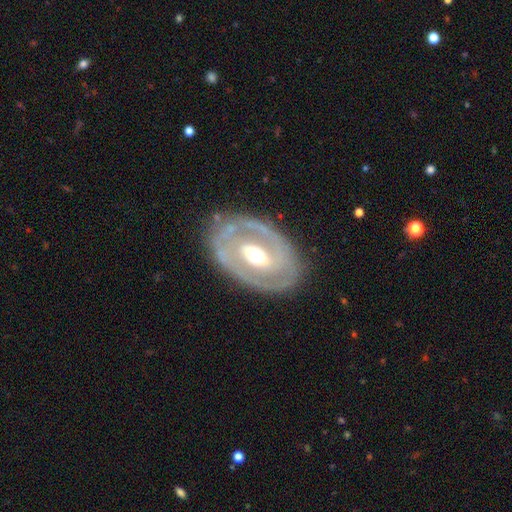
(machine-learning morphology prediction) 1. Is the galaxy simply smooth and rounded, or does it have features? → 80% featured or disk, 15% smooth, 5% star or artifact.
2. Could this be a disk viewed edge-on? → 94% no, 6% yes.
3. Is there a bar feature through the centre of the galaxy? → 42% weak, 32% strong, 26% no.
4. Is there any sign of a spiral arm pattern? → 69% yes, 31% no.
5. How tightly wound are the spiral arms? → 56% tight, 32% medium, 12% loose.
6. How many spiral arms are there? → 65% 2, 20% can't tell, 6% 1, 5% 3, 2% 4, 2% more than 4.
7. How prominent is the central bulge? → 69% moderate, 19% small, 10% large, 1% dominant, 1% none.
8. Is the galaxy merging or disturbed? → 78% none, 15% minor disturbance, 6% major disturbance, 2% merger.